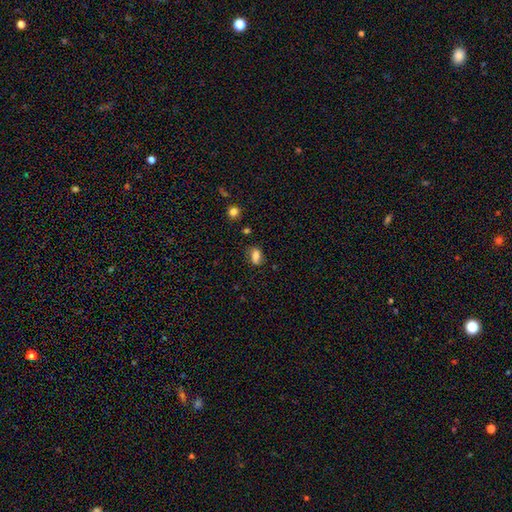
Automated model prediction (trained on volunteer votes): A smooth galaxy with no disk features (73%) that is in between round and cigar-shaped (79%). Merging: none (71%).